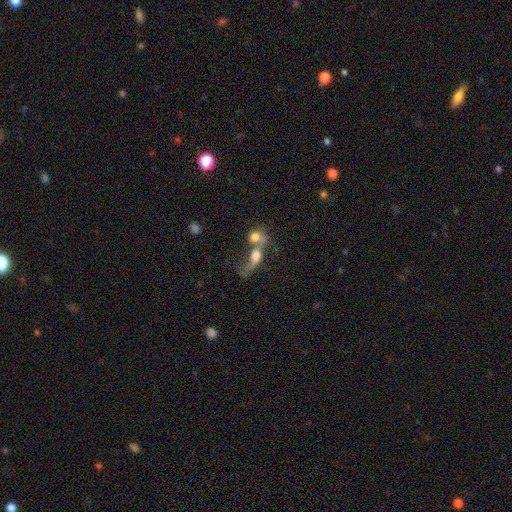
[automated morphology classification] Smooth or featured? Predicted: smooth (p=0.52). How rounded? Predicted: in between (p=0.48). Merging? Predicted: merger (p=0.67).